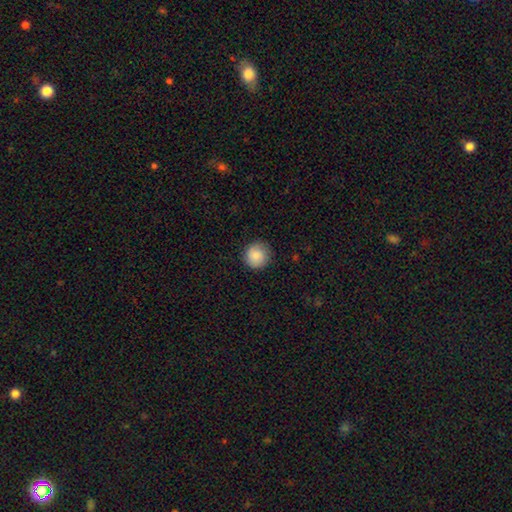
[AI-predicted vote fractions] Q: Smooth or featured?
A: smooth (86%); runner-up: star or artifact (8%)
Q: How rounded?
A: round (94%); runner-up: in between (5%)
Q: Merging?
A: none (87%); runner-up: minor disturbance (10%)